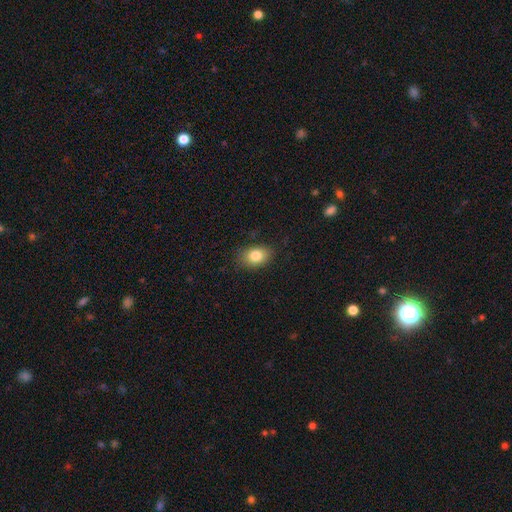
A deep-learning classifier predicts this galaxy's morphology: smooth-or-featured: smooth: 82% | star or artifact: 9% | featured or disk: 9%
  how-rounded: in between: 78% | round: 21% | cigar-shaped: 1%
  merging: none: 82% | minor disturbance: 14% | major disturbance: 3% | merger: 1%